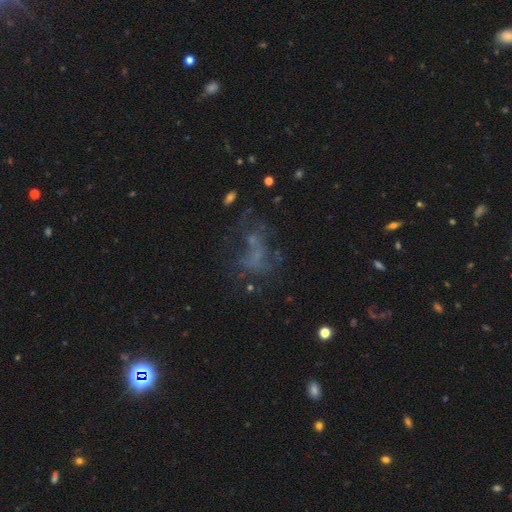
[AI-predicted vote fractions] A featured or disk galaxy (42%).

Vote fractions:
- Smooth or featured? featured or disk: 42% / smooth: 29% / star or artifact: 29%
- Merging? none: 39% / major disturbance: 35% / minor disturbance: 16% / merger: 10%